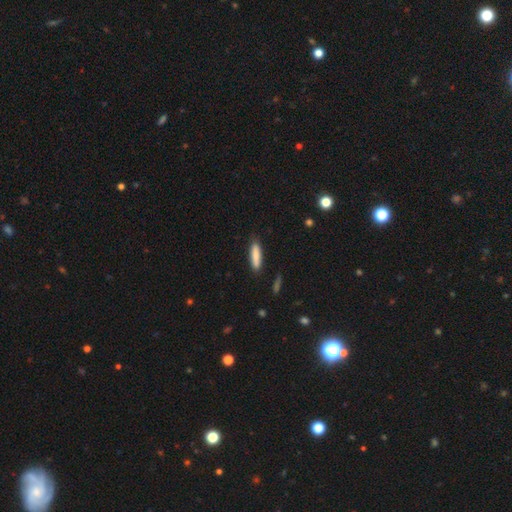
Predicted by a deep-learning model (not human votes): Overall: smooth (85%). How rounded: cigar-shaped (76%). Merging: none (86%).